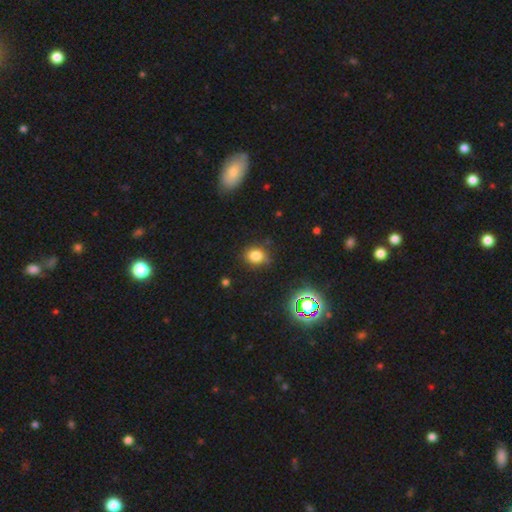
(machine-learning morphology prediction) This is likely a smooth galaxy (78%). How rounded: possibly round (57%). Merging: likely none (77%).